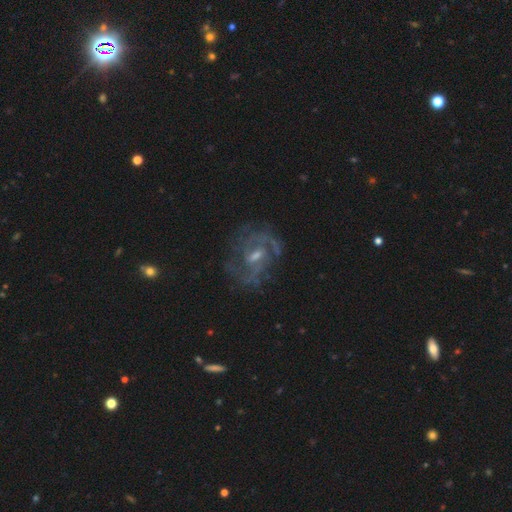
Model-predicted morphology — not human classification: Smooth or featured? Predicted: featured or disk (p=0.76). Edge-on disk? Predicted: no (p=0.96). Bar? Predicted: weak (p=0.49). Spiral arms? Predicted: yes (p=0.88). Spiral winding? Predicted: medium (p=0.45). Spiral arm count? Predicted: 2 (p=0.39). Bulge size? Predicted: small (p=0.47). Merging? Predicted: none (p=0.71).